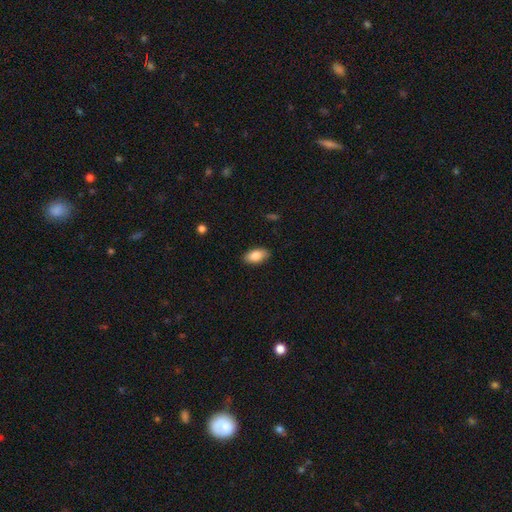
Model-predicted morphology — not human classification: Q: Smooth or featured?
A: smooth (84%); runner-up: featured or disk (9%)
Q: How rounded?
A: in between (92%); runner-up: round (4%)
Q: Merging?
A: none (88%); runner-up: minor disturbance (9%)